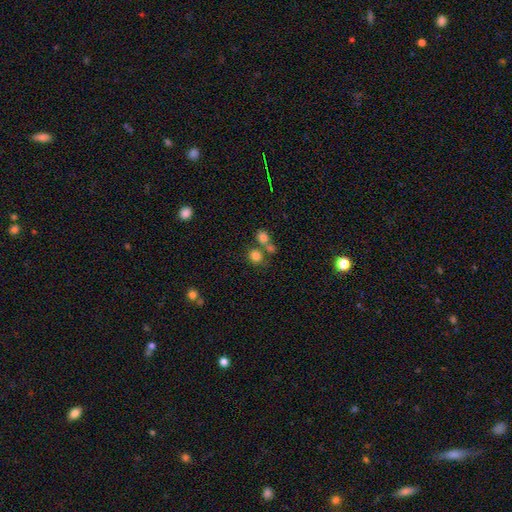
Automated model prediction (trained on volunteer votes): Morphology: type=smooth (79%); roundness=round (77%); merging=none (56%).